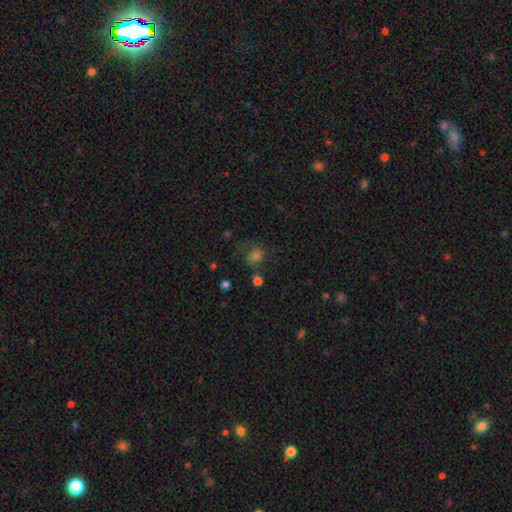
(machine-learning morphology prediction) This is possibly a smooth galaxy (57%). How rounded: possibly round (56%). Merging: possibly none (48%).